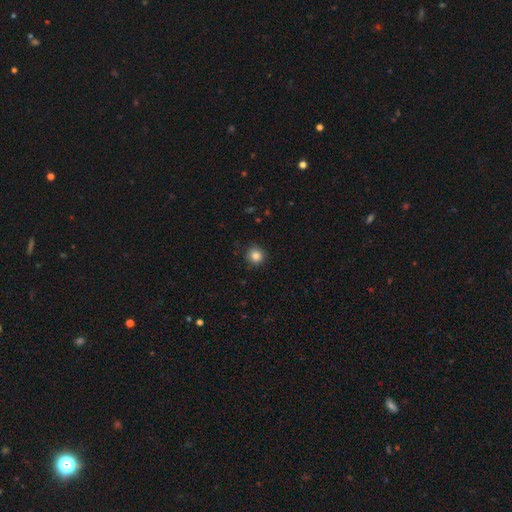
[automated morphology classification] smooth_or_featured: smooth (p=0.85) [alt: star or artifact p=0.11]
how_rounded: round (p=0.93) [alt: in between p=0.06]
merging: none (p=0.90) [alt: minor disturbance p=0.07]